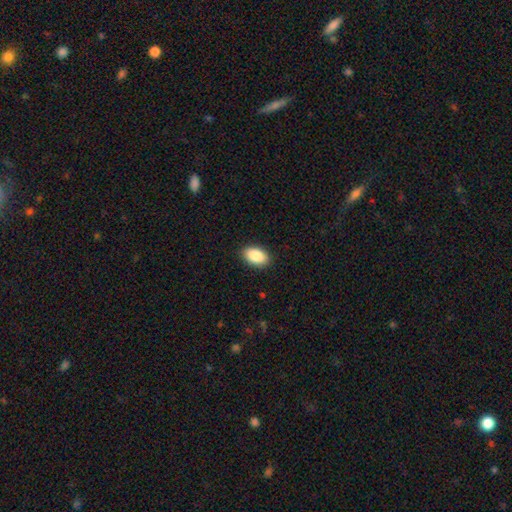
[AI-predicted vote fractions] The model was most divided on "smooth or featured": smooth: 89%, star or artifact: 7%, featured or disk: 4%. More confident: how rounded — in between (92%); merging — none (90%).